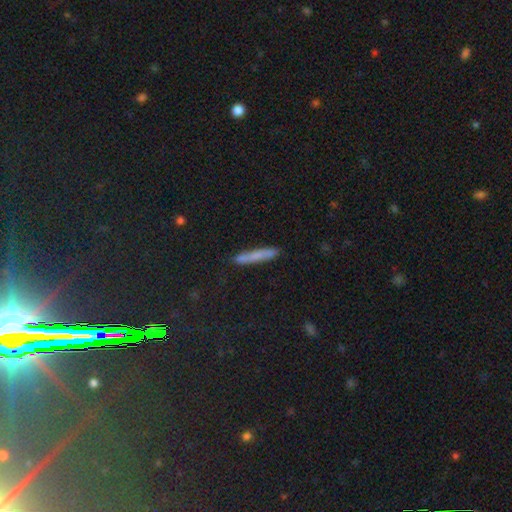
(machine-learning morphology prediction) Smooth or featured? Predicted: smooth (p=0.71). How rounded? Predicted: cigar-shaped (p=0.94). Merging? Predicted: none (p=0.84).